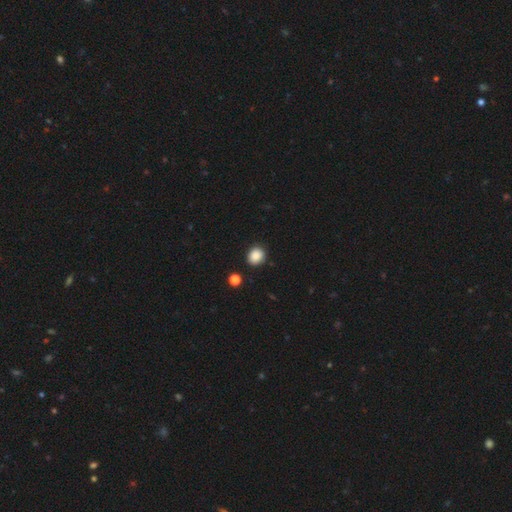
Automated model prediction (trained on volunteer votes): A smooth galaxy with no disk features (87%) that is round (71%).

Vote fractions:
- Smooth or featured? smooth: 87% / star or artifact: 10% / featured or disk: 4%
- How rounded? round: 71% / in between: 28% / cigar-shaped: 1%
- Merging? none: 88% / minor disturbance: 8% / merger: 2% / major disturbance: 2%